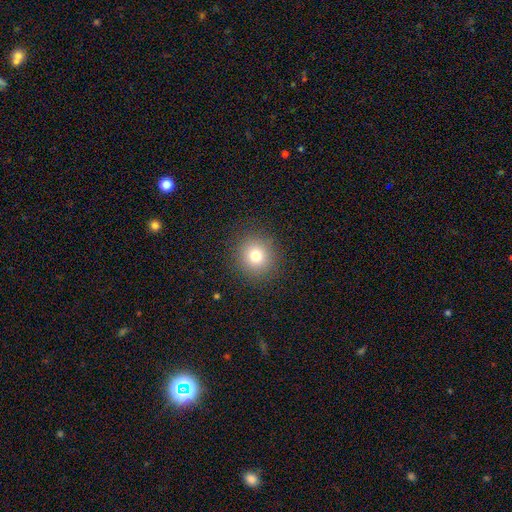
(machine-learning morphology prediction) Smooth or featured? smooth (76%)
How rounded? round (92%)
Merging? none (90%)